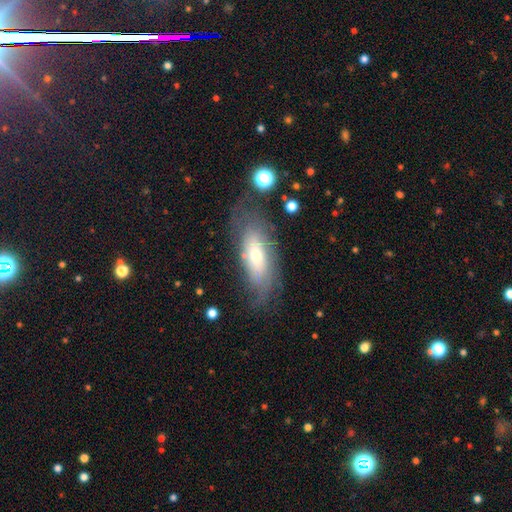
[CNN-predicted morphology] smooth-or-featured: featured or disk: 54% | smooth: 37% | star or artifact: 9%
  disk-edge-on: no: 78% | yes: 22%
  merging: none: 69% | minor disturbance: 19% | major disturbance: 9% | merger: 2%